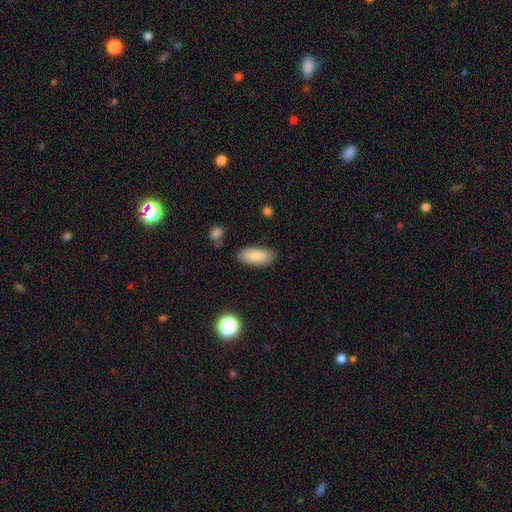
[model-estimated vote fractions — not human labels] Smooth or featured? Predicted: smooth (p=0.81). How rounded? Predicted: in between (p=0.87). Merging? Predicted: none (p=0.82).